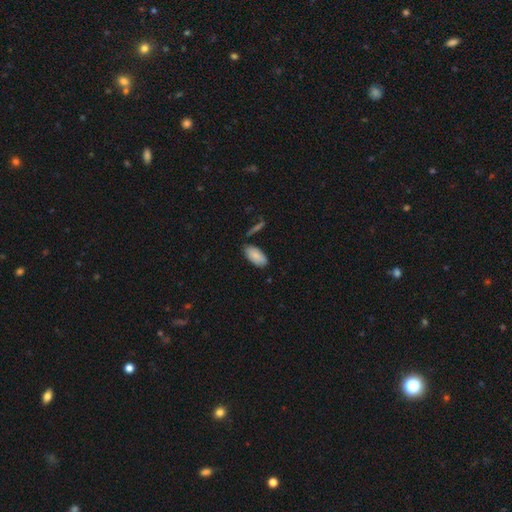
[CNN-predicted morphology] This is clearly a smooth galaxy (85%). How rounded: clearly in between (93%). Merging: likely none (76%).